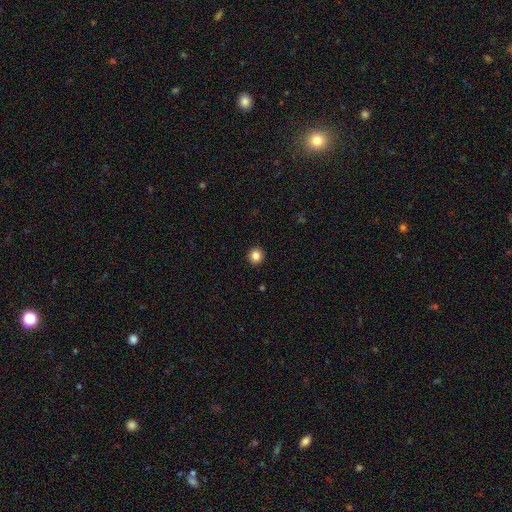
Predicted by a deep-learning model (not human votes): Smooth or featured: smooth — 85% (star or artifact — 11%)
How rounded: round — 91% (in between — 8%)
Merging: none — 93% (minor disturbance — 4%)